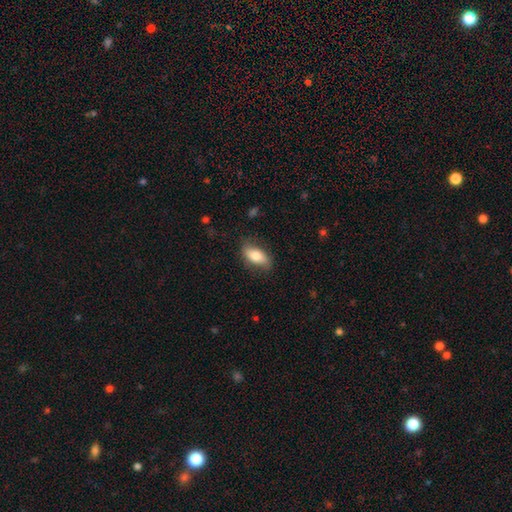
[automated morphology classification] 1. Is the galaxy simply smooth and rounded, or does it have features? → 74% smooth, 20% featured or disk, 6% star or artifact.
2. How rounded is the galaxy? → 87% in between, 9% cigar-shaped, 4% round.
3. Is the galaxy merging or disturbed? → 77% none, 17% minor disturbance, 4% major disturbance, 1% merger.